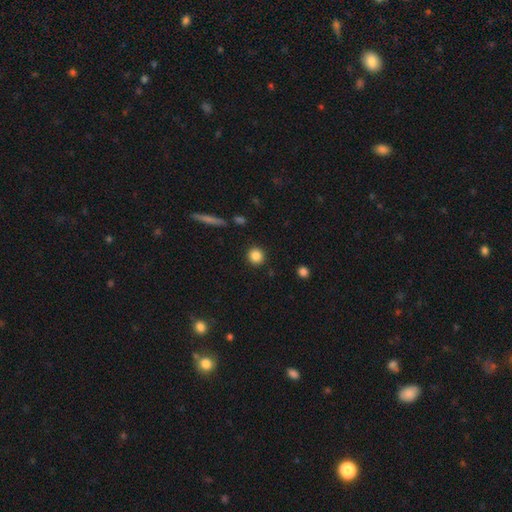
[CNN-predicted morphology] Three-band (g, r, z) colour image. It shows a smooth galaxy with no disk features (86%) that is round (92%). Merging: none (90%).